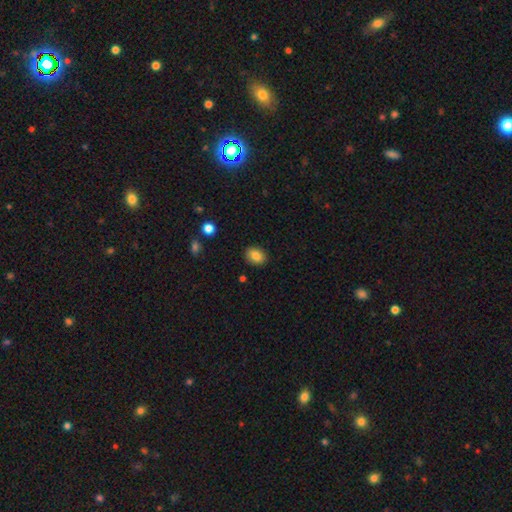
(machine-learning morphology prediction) Q: Smooth or featured?
A: smooth (84%); runner-up: star or artifact (9%)
Q: How rounded?
A: in between (68%); runner-up: round (31%)
Q: Merging?
A: none (88%); runner-up: minor disturbance (9%)